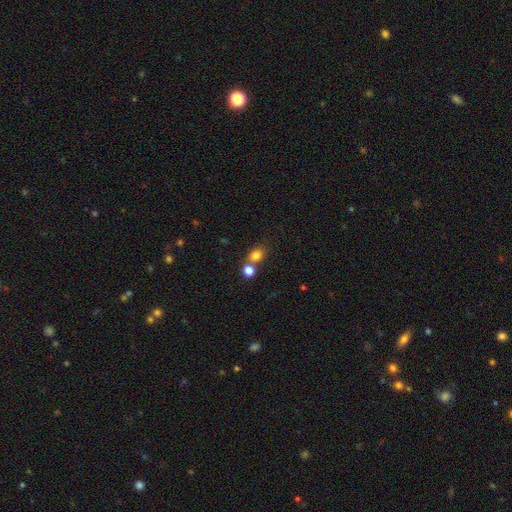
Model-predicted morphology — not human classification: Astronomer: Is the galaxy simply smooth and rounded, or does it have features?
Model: smooth — 80%.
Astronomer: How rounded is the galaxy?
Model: round — 56% (runner-up: in between, 43%).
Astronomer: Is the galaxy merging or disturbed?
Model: none — 53% (runner-up: merger, 34%).